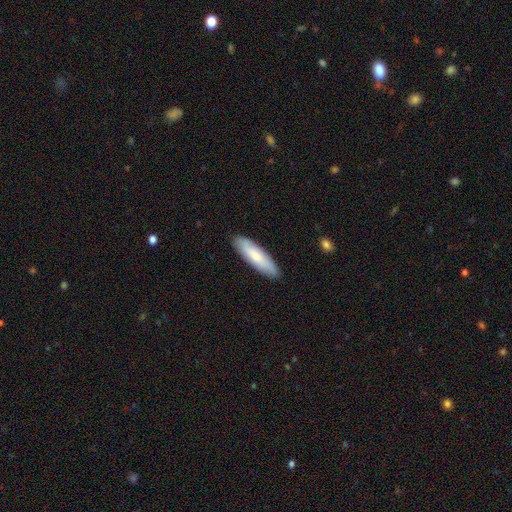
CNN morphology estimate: Smooth or featured? Predicted: smooth (p=0.76). How rounded? Predicted: cigar-shaped (p=0.61). Merging? Predicted: none (p=0.88).